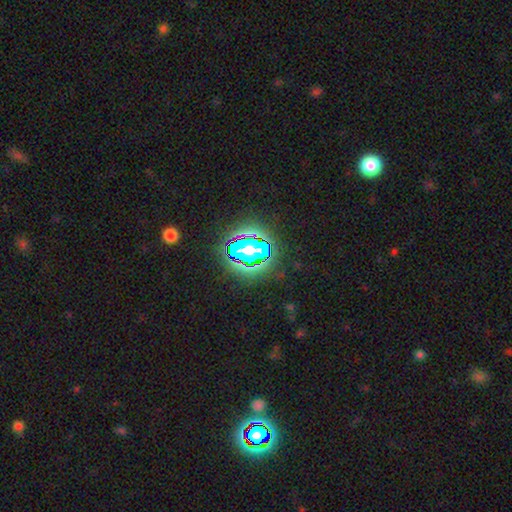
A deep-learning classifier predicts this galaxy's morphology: smooth-or-featured: star or artifact: 64% | smooth: 21% | featured or disk: 15%